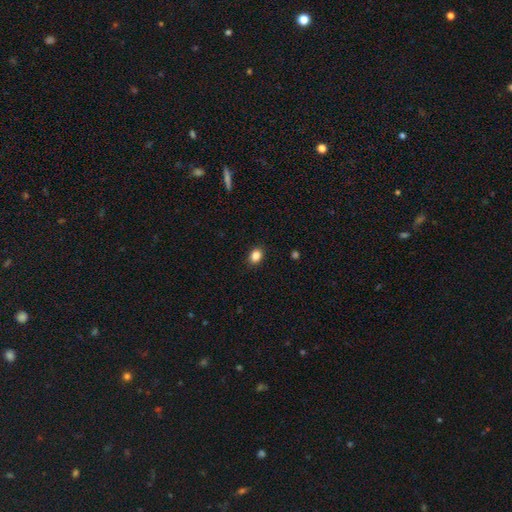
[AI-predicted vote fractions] Morphology: type=smooth (87%); roundness=in between (62%); merging=none (88%).